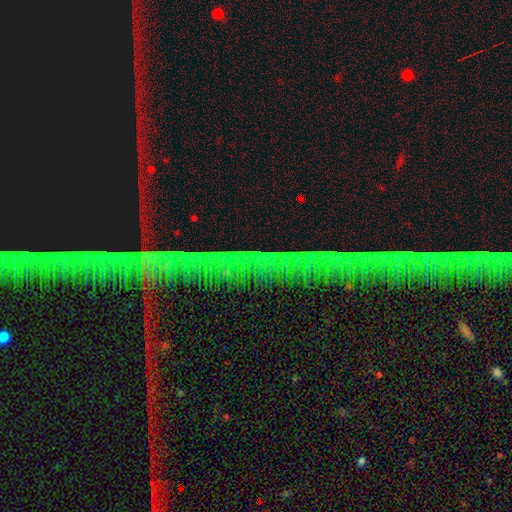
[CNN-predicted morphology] star or artifact 75%, featured or disk 14%, smooth 11%.